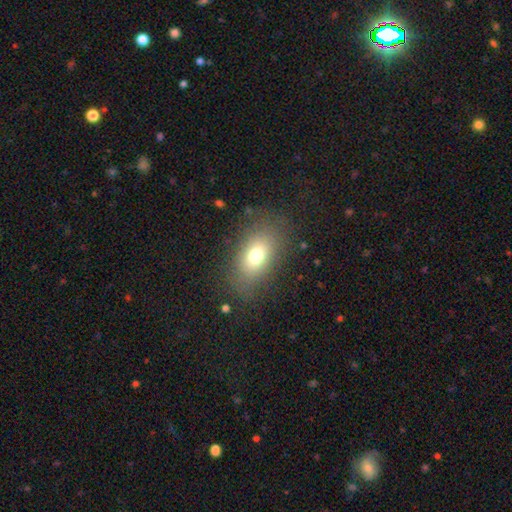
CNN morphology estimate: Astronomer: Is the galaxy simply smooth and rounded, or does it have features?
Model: smooth — 71%.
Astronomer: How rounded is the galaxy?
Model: in between — 83%.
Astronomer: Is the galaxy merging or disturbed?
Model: none — 80%.